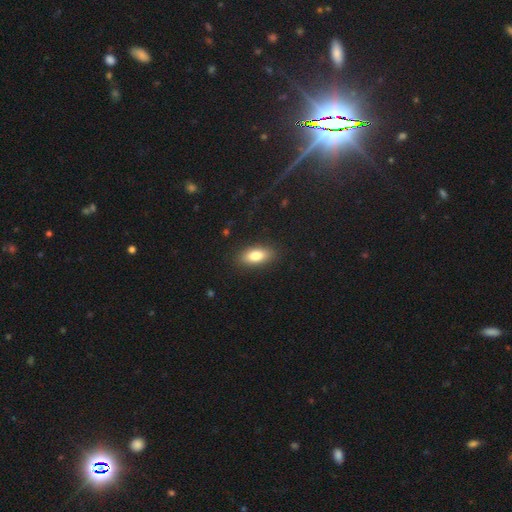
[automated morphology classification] This appears to be a smooth galaxy with no disk features (82%) that is in between round and cigar-shaped (86%). Merging: none (87%).